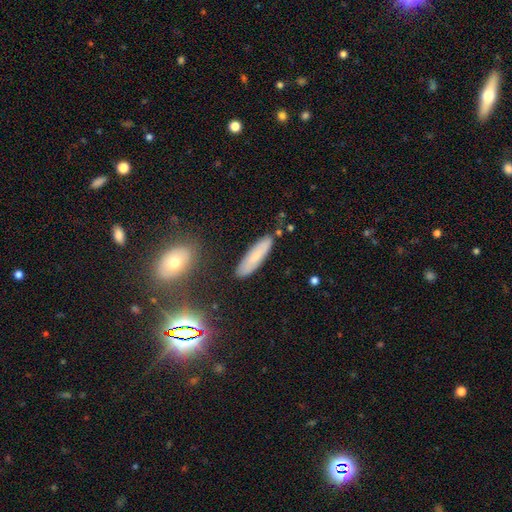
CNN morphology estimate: Overall: smooth (67%). How rounded: cigar-shaped (69%; in between 29%). Merging: none (84%).